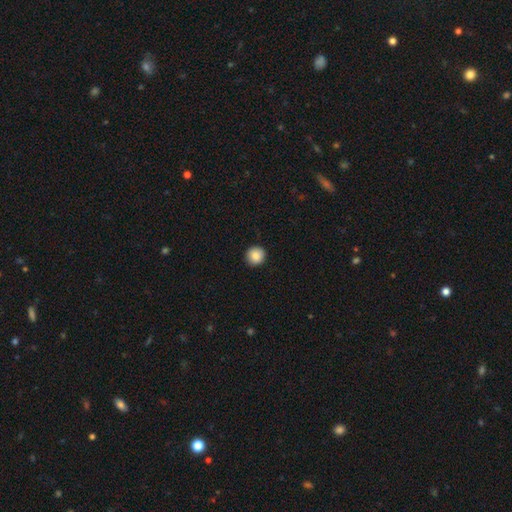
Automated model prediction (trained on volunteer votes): Smooth or featured: smooth — 87% (star or artifact — 8%)
How rounded: round — 95% (in between — 4%)
Merging: none — 93% (minor disturbance — 5%)